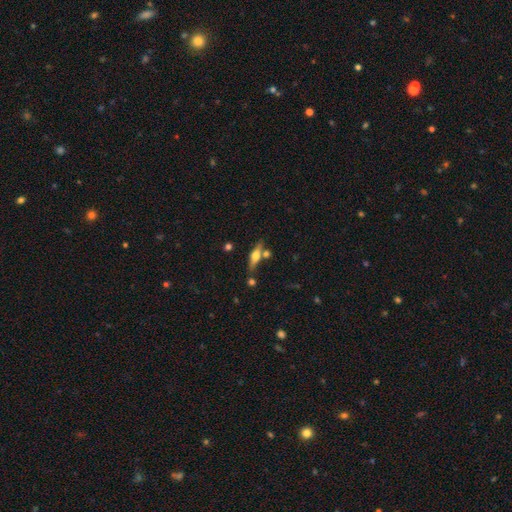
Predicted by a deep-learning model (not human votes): Overall: featured or disk (56%; smooth 36%). Edge-on disk: yes (93%). Edge-on bulge: rounded (90%). Merging: none (71%).